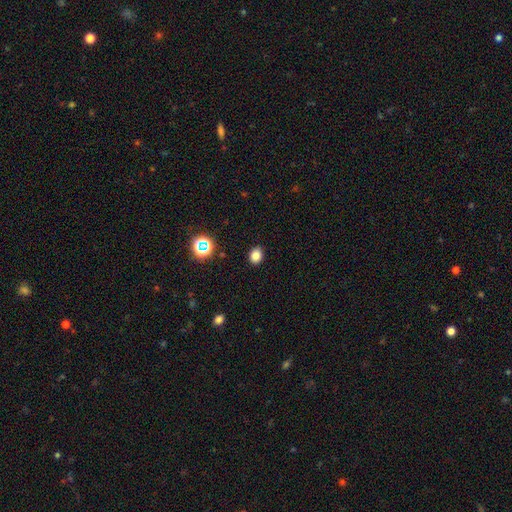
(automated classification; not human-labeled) smooth_or_featured: smooth (p=0.80) [alt: star or artifact p=0.15]
how_rounded: in between (p=0.54) [alt: round p=0.45]
merging: none (p=0.90) [alt: minor disturbance p=0.07]